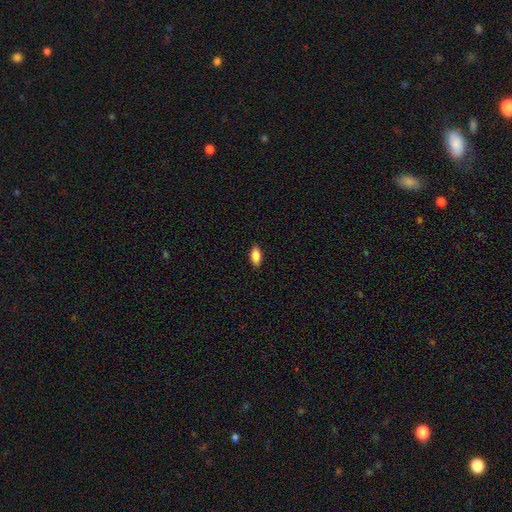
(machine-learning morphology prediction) Smooth or featured? Predicted: smooth (p=0.86). How rounded? Predicted: in between (p=0.87). Merging? Predicted: none (p=0.89).